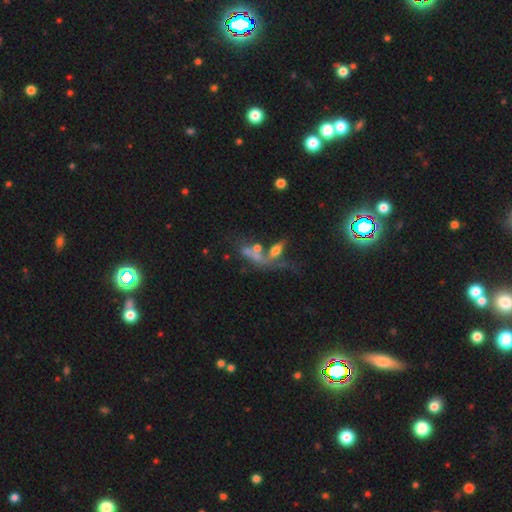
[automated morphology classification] Smooth or featured?
  - featured or disk: 41% *
  - smooth: 35%
  - star or artifact: 24%
Merging?
  - merger: 43% *
  - none: 27%
  - major disturbance: 19%
  - minor disturbance: 12%